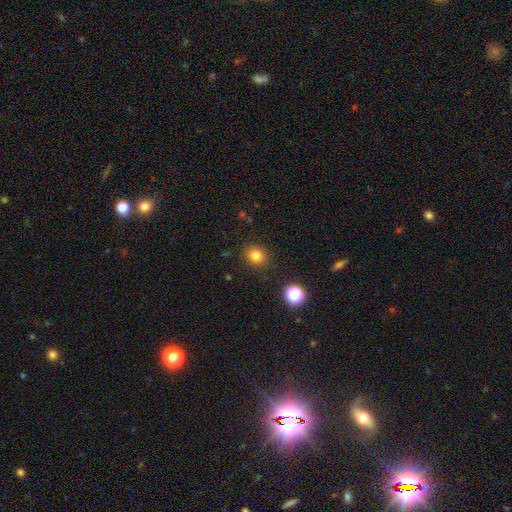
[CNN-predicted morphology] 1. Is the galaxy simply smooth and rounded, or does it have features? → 81% smooth, 14% star or artifact, 5% featured or disk.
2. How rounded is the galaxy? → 80% round, 19% in between, 1% cigar-shaped.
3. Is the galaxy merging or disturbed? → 88% none, 8% minor disturbance, 3% major disturbance, 2% merger.